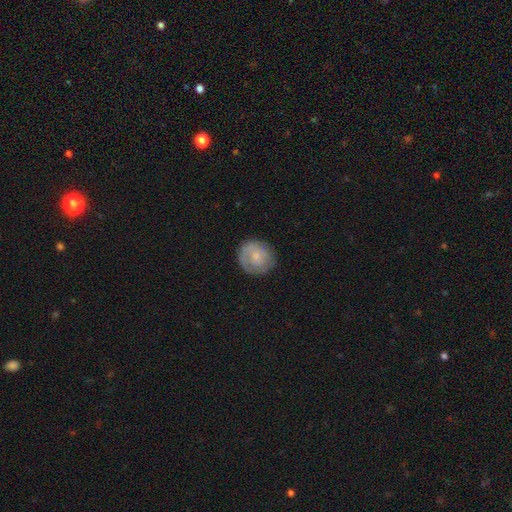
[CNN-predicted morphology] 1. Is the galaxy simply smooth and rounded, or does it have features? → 66% smooth, 27% featured or disk, 7% star or artifact.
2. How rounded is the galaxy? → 87% round, 12% in between, 1% cigar-shaped.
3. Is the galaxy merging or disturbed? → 75% none, 18% minor disturbance, 6% major disturbance, 1% merger.